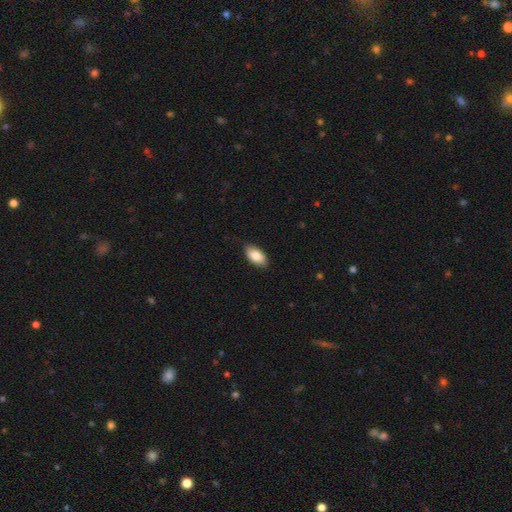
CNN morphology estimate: Q: Smooth or featured?
A: smooth (86%); runner-up: featured or disk (8%)
Q: How rounded?
A: in between (94%); runner-up: cigar-shaped (4%)
Q: Merging?
A: none (83%); runner-up: minor disturbance (13%)